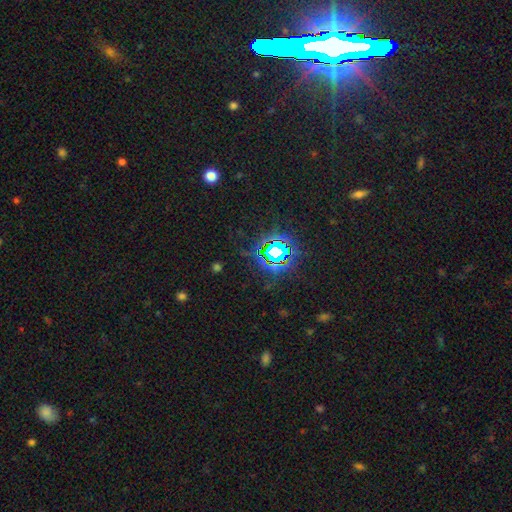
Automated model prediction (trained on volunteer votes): Smooth or featured?
  - star or artifact: 80% *
  - smooth: 11%
  - featured or disk: 9%